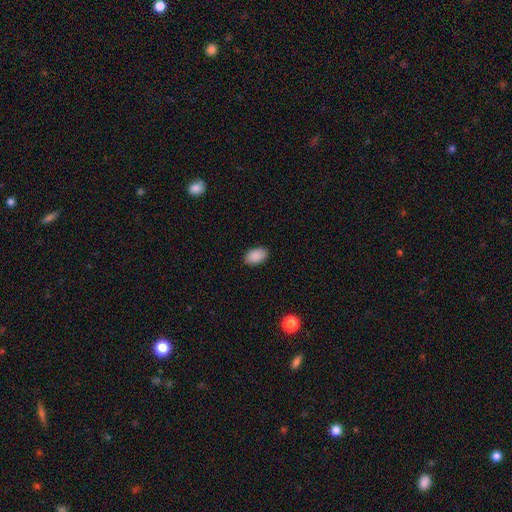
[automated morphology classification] This is clearly a smooth galaxy (90%). How rounded: clearly in between (91%). Merging: clearly none (88%).